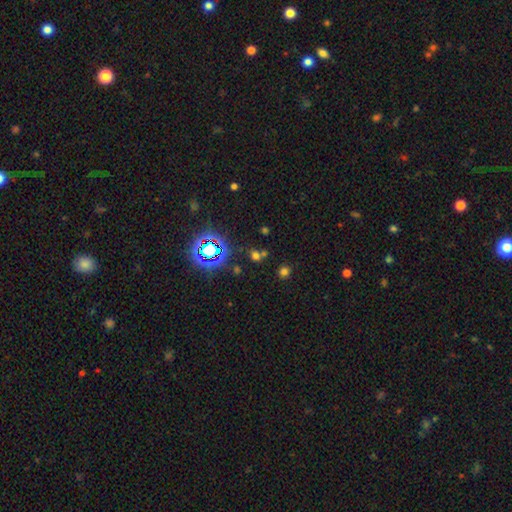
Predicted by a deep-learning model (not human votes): This is possibly a smooth galaxy (48%). Merging: likely none (63%).